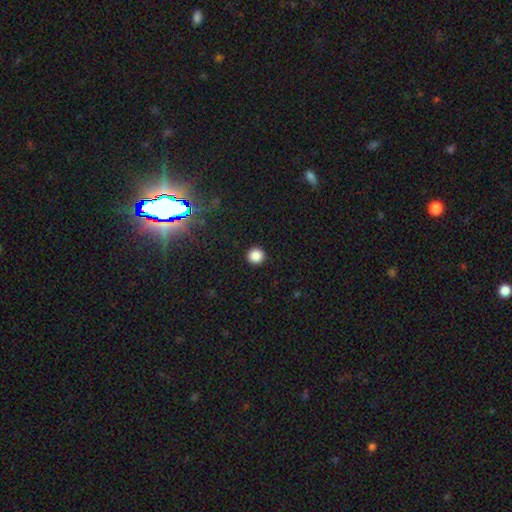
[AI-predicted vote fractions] This appears to be a smooth galaxy with no disk features (86%) that is round (95%). Merging: none (93%).